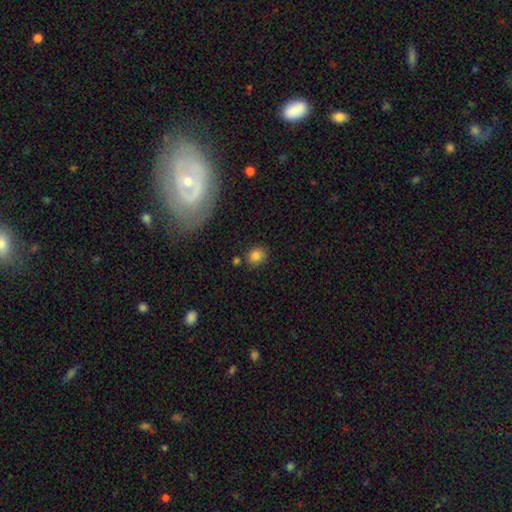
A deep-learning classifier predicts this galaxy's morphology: Smooth or featured: smooth — 82% (star or artifact — 11%)
How rounded: round — 72% (in between — 27%)
Merging: none — 80% (minor disturbance — 11%)